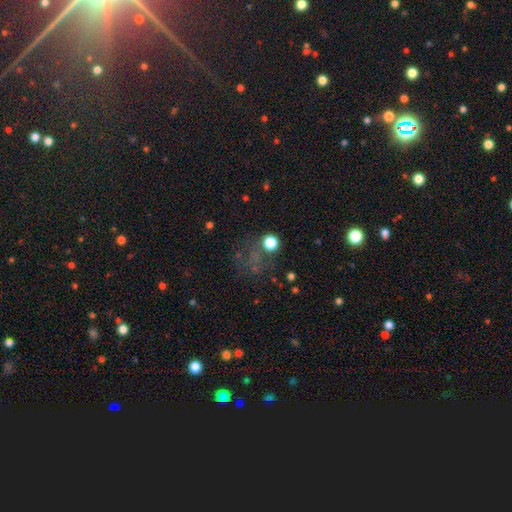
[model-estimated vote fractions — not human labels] A star or artifact, not a galaxy (42%).